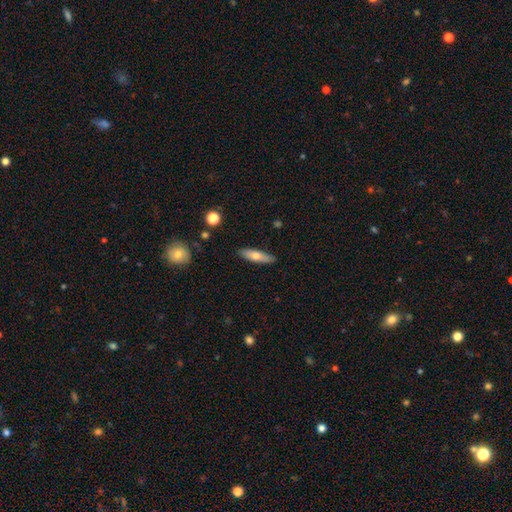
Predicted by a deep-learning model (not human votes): Overall: smooth (64%; featured or disk 30%). How rounded: cigar-shaped (65%; in between 33%). Merging: none (88%).